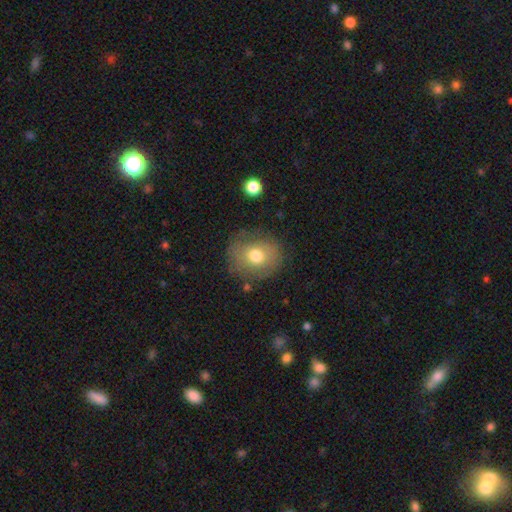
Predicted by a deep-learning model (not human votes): Smooth or featured? smooth (70%)
How rounded? round (72%)
Merging? none (75%)